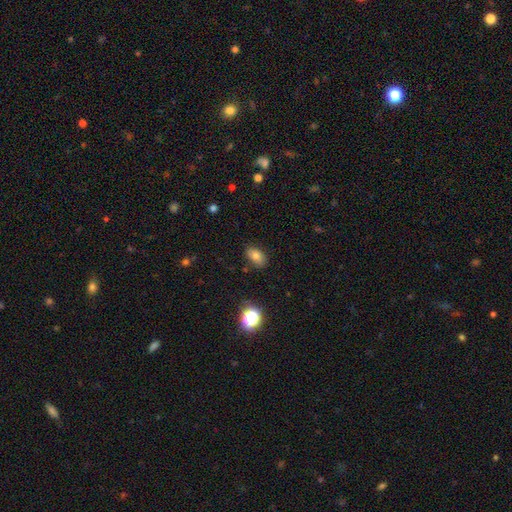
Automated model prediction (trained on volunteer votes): The model was most divided on "smooth or featured": smooth: 75%, star or artifact: 14%, featured or disk: 12%. More confident: how rounded — in between (86%); merging — none (81%).